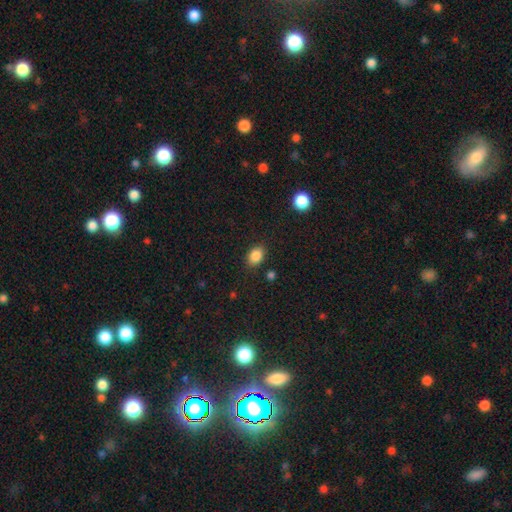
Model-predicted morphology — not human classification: A smooth galaxy with no disk features (86%) that is in between round and cigar-shaped (71%). Merging: none (84%).